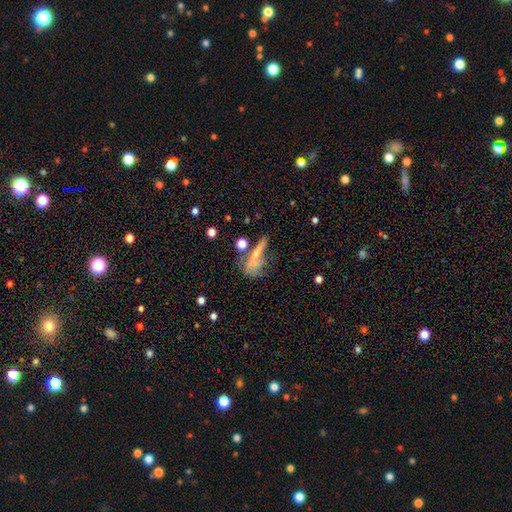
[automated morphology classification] Overall: smooth (52%; featured or disk 35%). How rounded: in between (42%; cigar-shaped 41%). Merging: none (33%; major disturbance 26%).